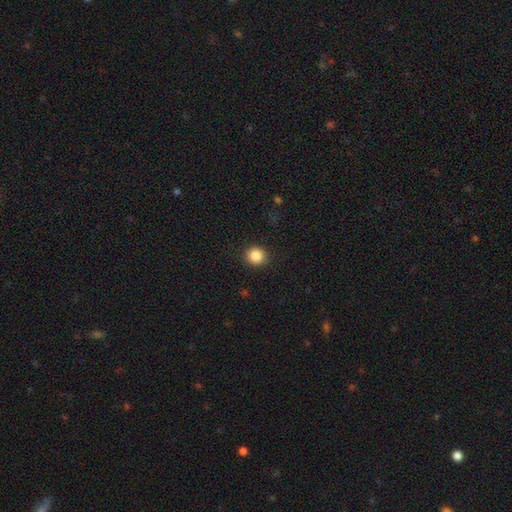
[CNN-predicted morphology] Overall: smooth (86%). How rounded: round (90%). Merging: none (90%).